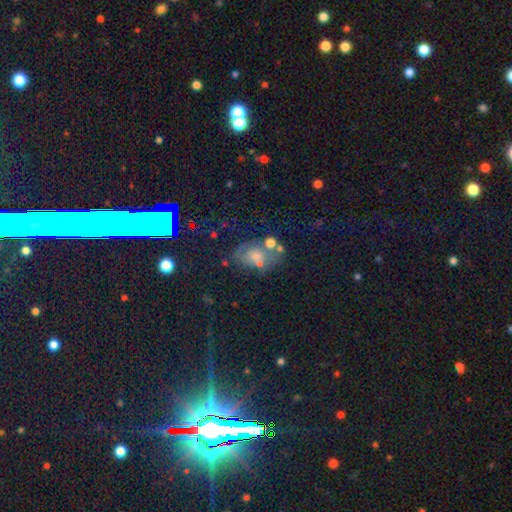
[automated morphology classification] The model was most divided on "smooth or featured": smooth: 37%, star or artifact: 34%, featured or disk: 29%. More confident: merging — none (53%).